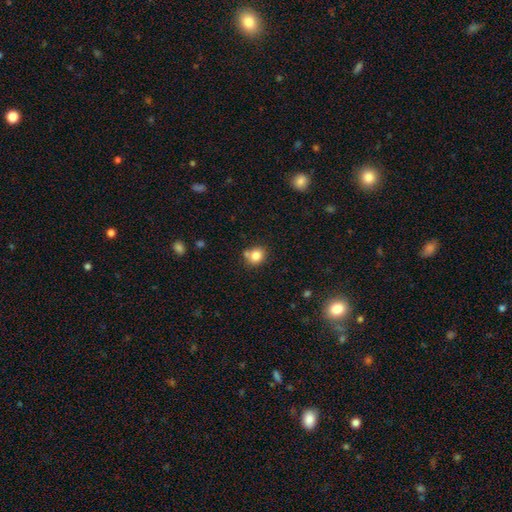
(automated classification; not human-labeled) smooth-or-featured: smooth: 81% | star or artifact: 11% | featured or disk: 8%
  how-rounded: round: 74% | in between: 25% | cigar-shaped: 1%
  merging: none: 62% | merger: 19% | minor disturbance: 15% | major disturbance: 4%